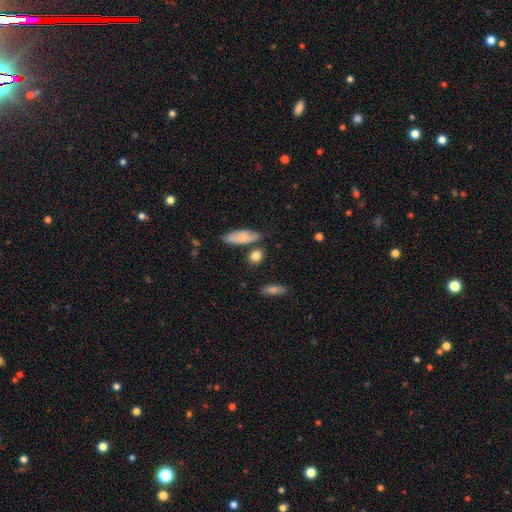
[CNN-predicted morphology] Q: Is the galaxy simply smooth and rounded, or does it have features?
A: smooth — 82%.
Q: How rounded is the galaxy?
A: in between — 50%.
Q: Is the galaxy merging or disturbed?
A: none — 76%.